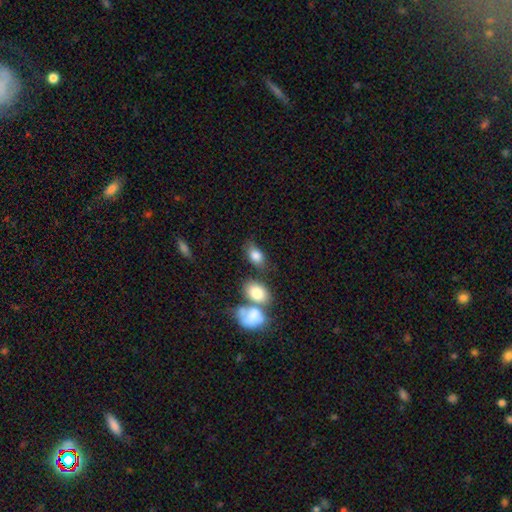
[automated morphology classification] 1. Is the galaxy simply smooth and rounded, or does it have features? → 81% smooth, 11% featured or disk, 8% star or artifact.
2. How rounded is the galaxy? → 85% in between, 13% round, 2% cigar-shaped.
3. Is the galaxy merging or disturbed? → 55% none, 20% merger, 17% minor disturbance, 7% major disturbance.